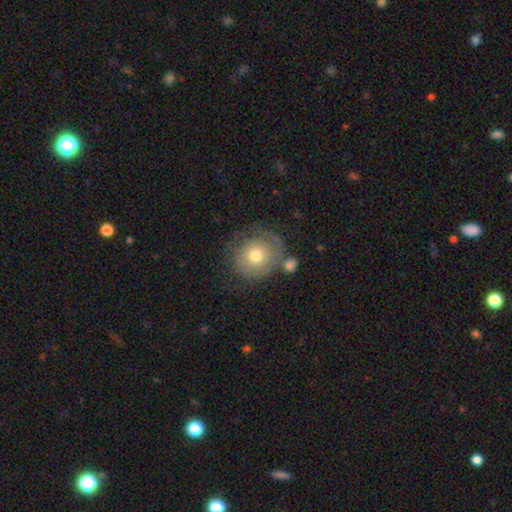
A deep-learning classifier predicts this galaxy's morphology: Smooth or featured? smooth (53%)
How rounded? round (87%)
Merging? none (57%)